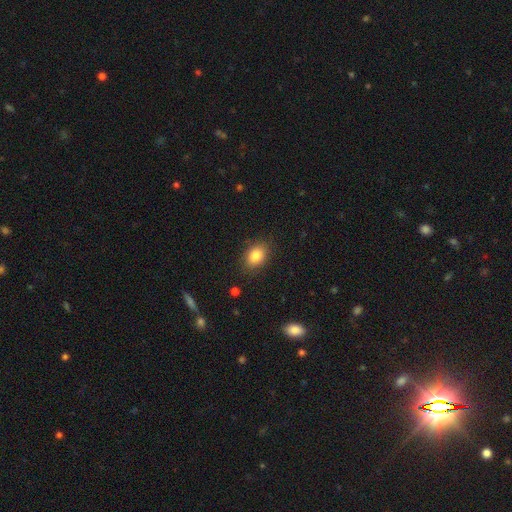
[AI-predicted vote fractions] smooth-or-featured: smooth: 84% | star or artifact: 9% | featured or disk: 7%
  how-rounded: in between: 69% | round: 30% | cigar-shaped: 1%
  merging: none: 84% | minor disturbance: 11% | major disturbance: 3% | merger: 1%